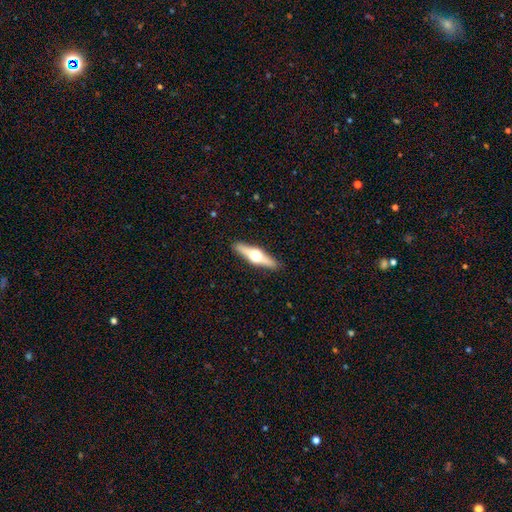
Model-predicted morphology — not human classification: The model was most divided on "smooth or featured": featured or disk: 69%, smooth: 26%, star or artifact: 5%. More confident: edge-on disk — yes (97%); edge-on bulge — rounded (96%); merging — none (91%).